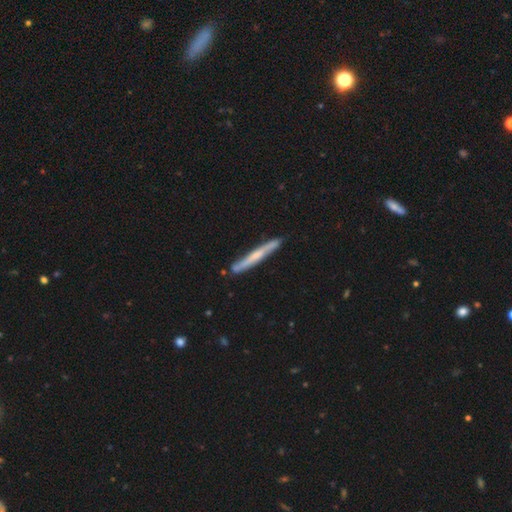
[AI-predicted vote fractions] This appears to be a featured or disk galaxy (53%) viewed edge-on (92%). Merging: none (84%).